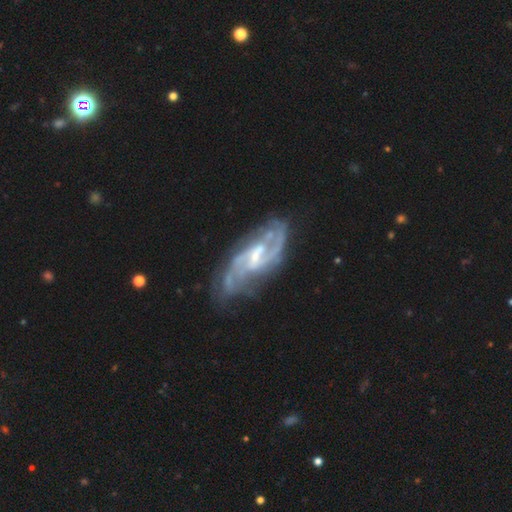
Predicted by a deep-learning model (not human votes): Smooth or featured? Predicted: featured or disk (p=0.89). Edge-on disk? Predicted: no (p=0.95). Bar? Predicted: weak (p=0.54). Spiral arms? Predicted: yes (p=0.96). Spiral winding? Predicted: medium (p=0.51). Spiral arm count? Predicted: 2 (p=0.66). Bulge size? Predicted: small (p=0.52). Merging? Predicted: none (p=0.66).